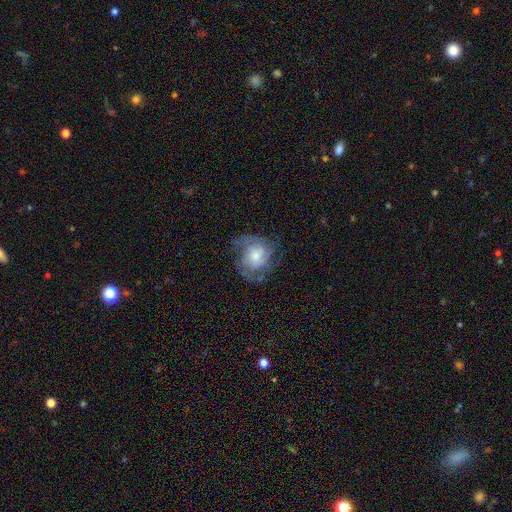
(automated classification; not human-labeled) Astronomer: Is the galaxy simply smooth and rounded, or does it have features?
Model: featured or disk — 71%.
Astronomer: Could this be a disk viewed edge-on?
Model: no — 97%.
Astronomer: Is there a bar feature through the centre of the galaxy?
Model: no — 73%.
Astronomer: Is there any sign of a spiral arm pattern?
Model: yes — 87%.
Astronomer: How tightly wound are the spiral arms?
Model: medium — 43% (runner-up: tight, 40%).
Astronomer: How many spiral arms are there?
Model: can't tell — 32% (runner-up: 3, 24%).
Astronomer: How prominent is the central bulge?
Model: moderate — 44% (runner-up: small, 34%).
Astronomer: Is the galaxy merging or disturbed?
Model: none — 60%.